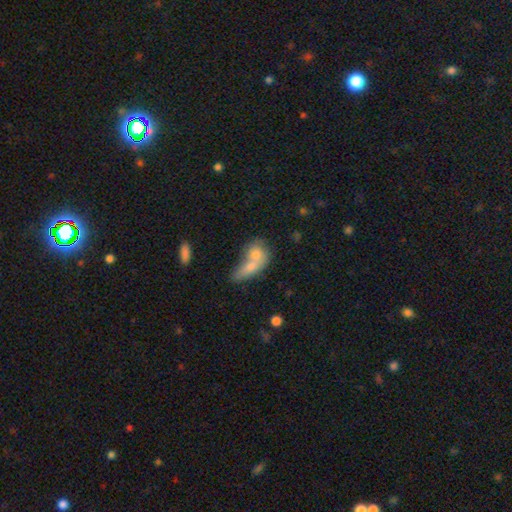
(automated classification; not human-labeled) smooth_or_featured: smooth (p=0.70) [alt: featured or disk p=0.21]
how_rounded: in between (p=0.59) [alt: round p=0.30]
merging: merger (p=0.68) [alt: none p=0.20]